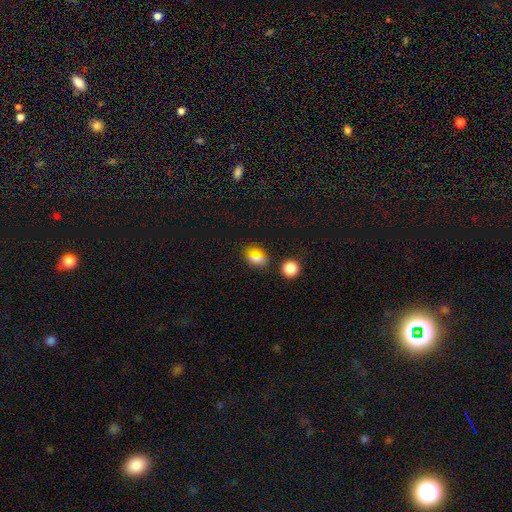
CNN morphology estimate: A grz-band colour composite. It shows a smooth galaxy with no disk features (66%) that is round (50%). Merging: none (82%).